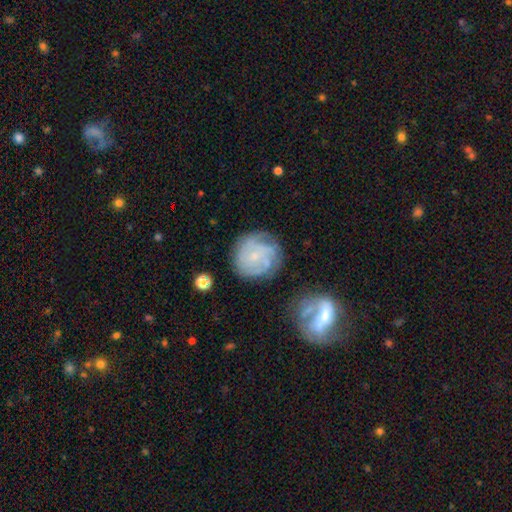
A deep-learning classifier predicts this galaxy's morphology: A featured or disk galaxy (67%) with no bar (72%), tight (59%) spiral arms (85%) and a small central bulge (70%). Merging: none (66%).